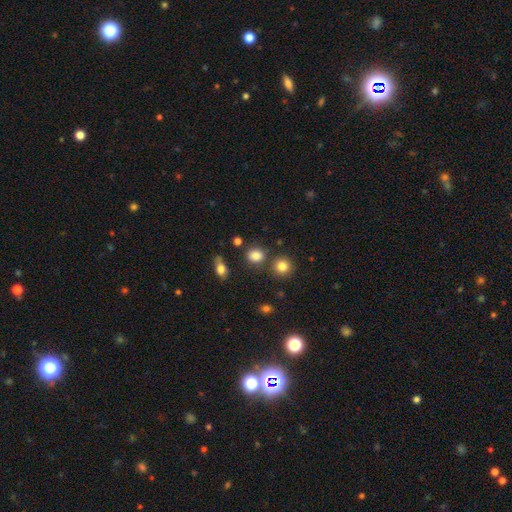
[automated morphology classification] type=smooth (82%); roundness=round (69%); merging=none (76%).